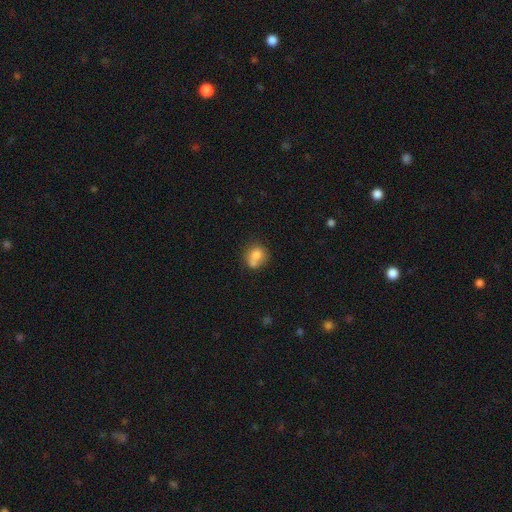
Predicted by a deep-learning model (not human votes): Morphology: type=smooth (74%); roundness=round (74%); merging=none (41%, tied with merger).